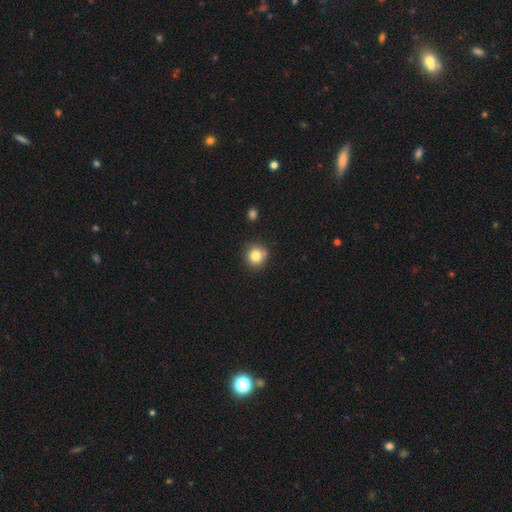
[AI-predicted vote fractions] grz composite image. It shows a smooth galaxy with no disk features (80%) that is round (91%). Merging: none (78%).